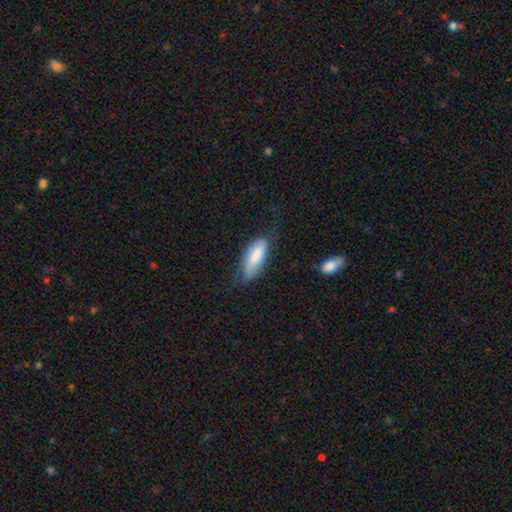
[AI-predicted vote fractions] The model was most divided on "merging": none: 52%, minor disturbance: 33%, major disturbance: 13%, merger: 2%. More confident: smooth or featured — smooth (77%); how rounded — in between (73%).